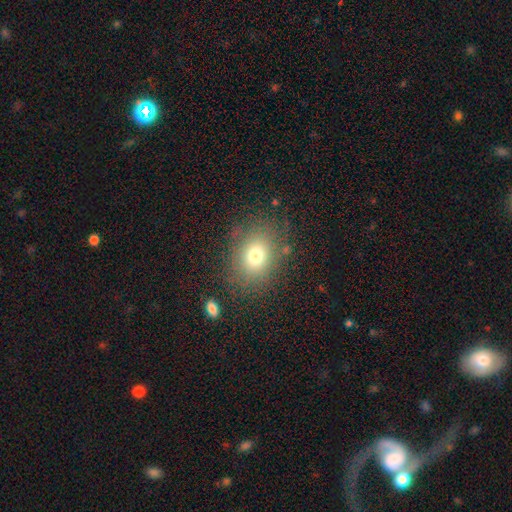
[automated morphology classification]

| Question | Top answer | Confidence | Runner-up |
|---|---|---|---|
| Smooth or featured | smooth | 74% | star or artifact (14%) |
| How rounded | in between | 51% | round (48%) |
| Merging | none | 79% | minor disturbance (12%) |